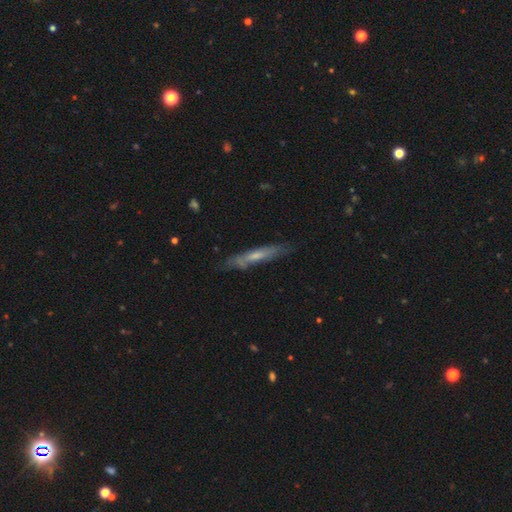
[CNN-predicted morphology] This is possibly a featured or disk galaxy (52%). It is likely viewed edge-on (72%). Merging: likely none (73%).